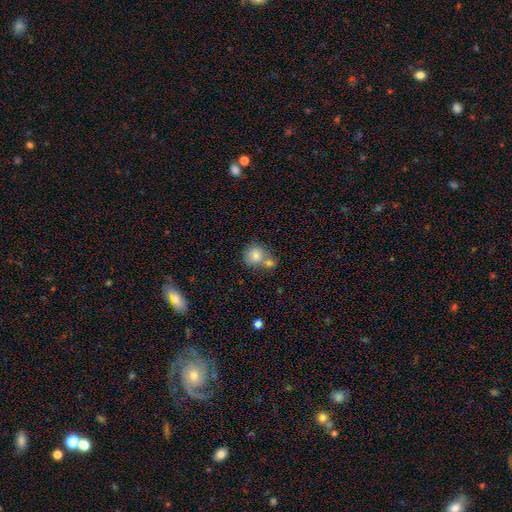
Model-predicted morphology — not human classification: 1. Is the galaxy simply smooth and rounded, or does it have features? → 81% smooth, 10% featured or disk, 9% star or artifact.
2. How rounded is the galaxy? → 81% round, 18% in between, 1% cigar-shaped.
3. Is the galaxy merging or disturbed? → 46% merger, 40% none, 10% minor disturbance, 4% major disturbance.